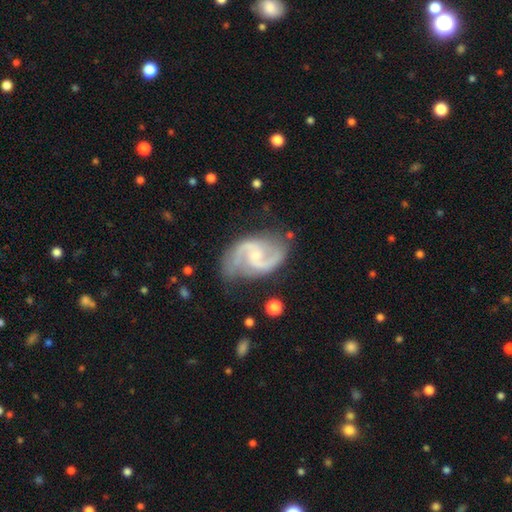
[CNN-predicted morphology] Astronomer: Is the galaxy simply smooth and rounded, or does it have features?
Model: featured or disk — 91%.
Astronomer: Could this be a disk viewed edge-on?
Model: no — 98%.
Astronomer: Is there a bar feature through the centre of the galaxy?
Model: no — 46% (runner-up: weak, 44%).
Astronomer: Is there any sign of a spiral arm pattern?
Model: yes — 98%.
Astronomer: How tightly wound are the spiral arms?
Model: medium — 60%.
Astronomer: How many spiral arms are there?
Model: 2 — 93%.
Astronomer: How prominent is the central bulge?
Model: small — 68%.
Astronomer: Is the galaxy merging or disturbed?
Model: none — 74%.